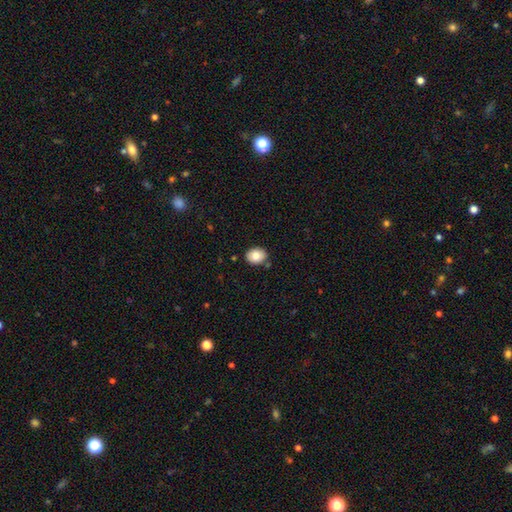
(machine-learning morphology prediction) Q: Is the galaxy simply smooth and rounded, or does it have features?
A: smooth — 81%.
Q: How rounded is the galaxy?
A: in between — 56%.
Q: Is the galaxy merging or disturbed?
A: none — 84%.